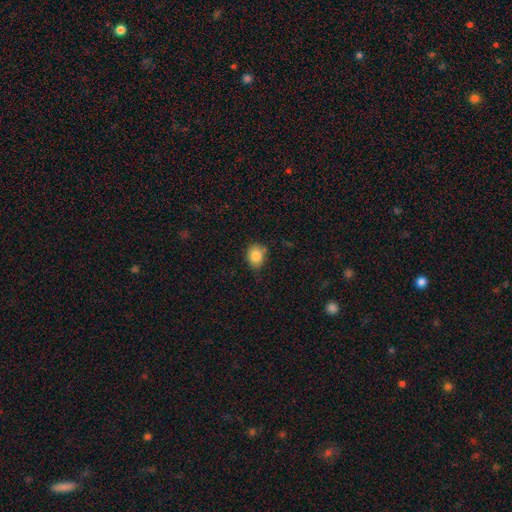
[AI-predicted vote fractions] smooth-or-featured: smooth: 85% | star or artifact: 9% | featured or disk: 6%
  how-rounded: round: 51% | in between: 48% | cigar-shaped: 1%
  merging: none: 65% | minor disturbance: 27% | major disturbance: 5% | merger: 3%